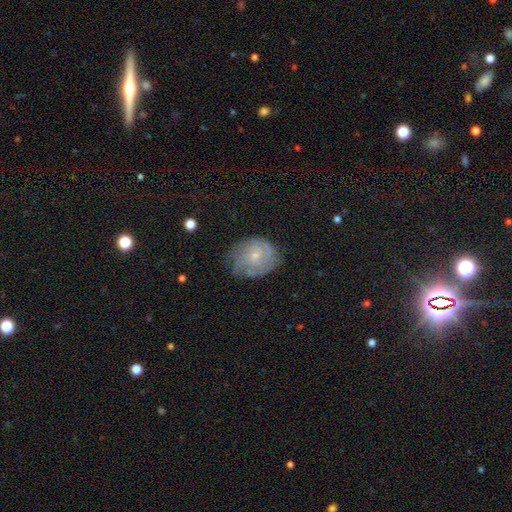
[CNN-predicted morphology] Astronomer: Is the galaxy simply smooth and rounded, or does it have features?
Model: featured or disk — 54% (runner-up: smooth, 37%).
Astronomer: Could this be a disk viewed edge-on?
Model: no — 97%.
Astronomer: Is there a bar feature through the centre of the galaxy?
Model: no — 77%.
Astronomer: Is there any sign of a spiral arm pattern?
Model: yes — 74%.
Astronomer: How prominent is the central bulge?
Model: small — 67%.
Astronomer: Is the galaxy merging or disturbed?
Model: none — 57%.